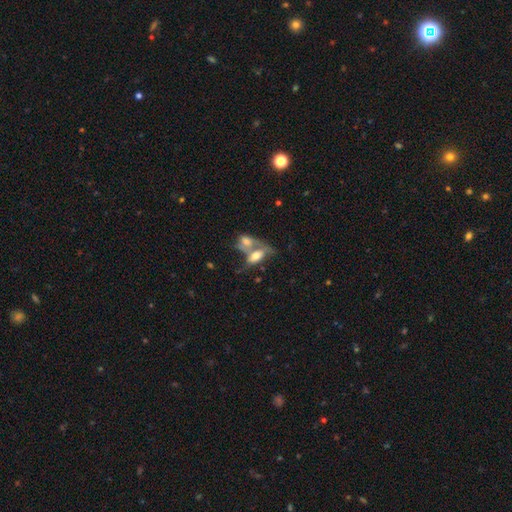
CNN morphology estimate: Overall: smooth (55%; featured or disk 36%). How rounded: in between (83%). Merging: merger (67%).